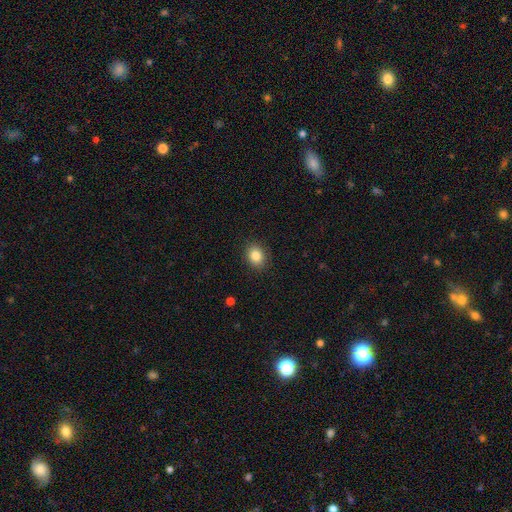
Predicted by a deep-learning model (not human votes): This appears to be a smooth galaxy with no disk features (85%) that is round (51%). Merging: none (89%).